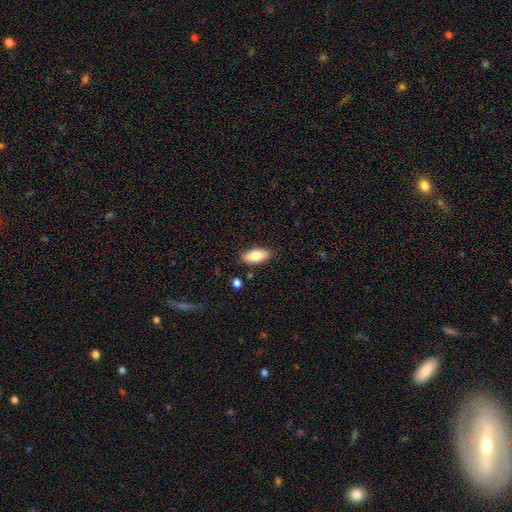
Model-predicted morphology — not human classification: smooth-or-featured: smooth: 83% | featured or disk: 10% | star or artifact: 6%
  how-rounded: in between: 89% | cigar-shaped: 9% | round: 2%
  merging: none: 85% | minor disturbance: 11% | merger: 2% | major disturbance: 2%